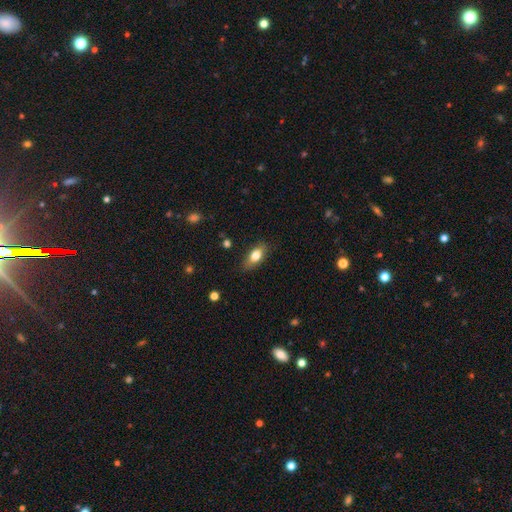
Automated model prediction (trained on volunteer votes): smooth 78%, featured or disk 15%, star or artifact 8%. Down the decision tree: how rounded — in between (83%); merging — none (82%).